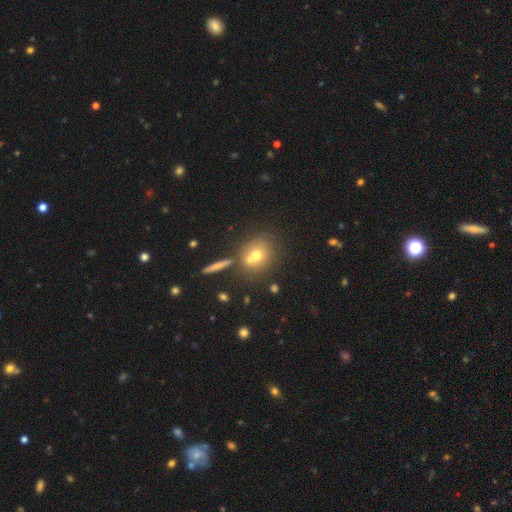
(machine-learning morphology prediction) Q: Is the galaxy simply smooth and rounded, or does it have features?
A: smooth — 66%.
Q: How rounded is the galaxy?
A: round — 69%.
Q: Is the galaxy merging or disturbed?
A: none — 57%.